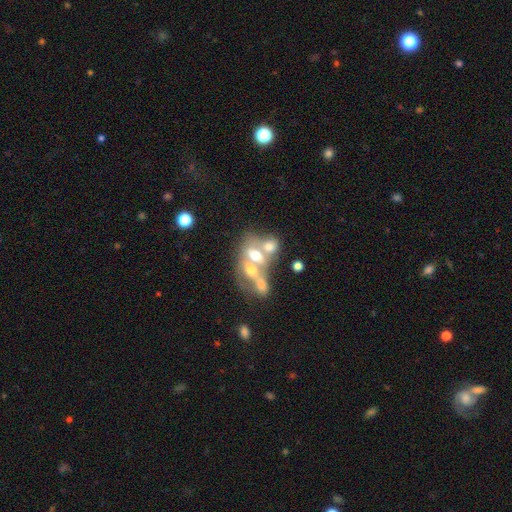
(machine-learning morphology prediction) featured or disk 44% (tied), smooth 44% (tied), star or artifact 12%. Down the decision tree: merging — merger (70%).